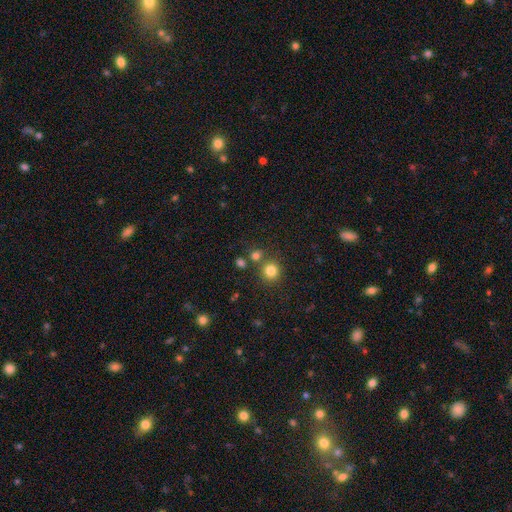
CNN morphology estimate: Smooth or featured? Predicted: smooth (p=0.77). How rounded? Predicted: round (p=0.83). Merging? Predicted: none (p=0.69).